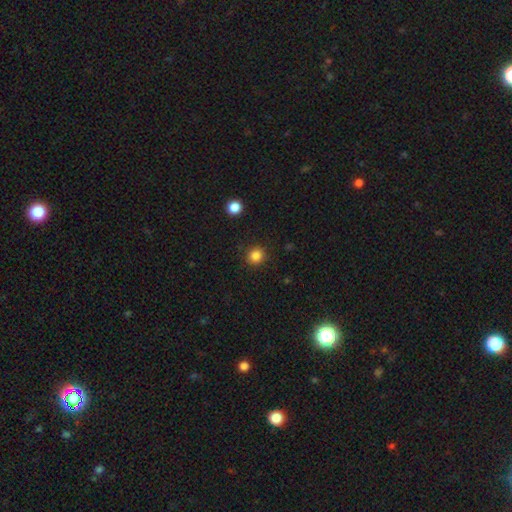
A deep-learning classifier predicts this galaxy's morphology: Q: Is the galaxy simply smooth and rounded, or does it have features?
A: smooth — 84%.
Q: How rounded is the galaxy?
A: round — 90%.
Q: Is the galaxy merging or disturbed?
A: none — 90%.